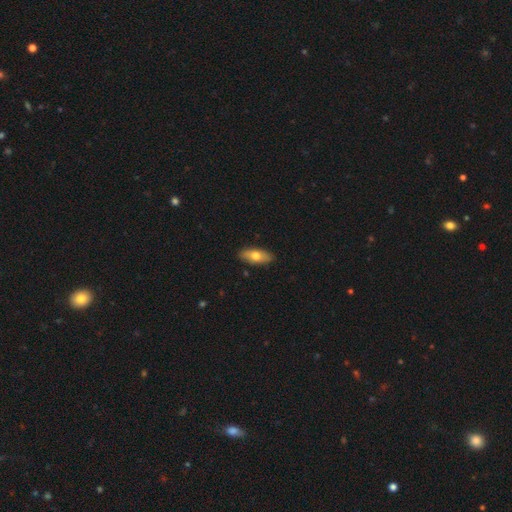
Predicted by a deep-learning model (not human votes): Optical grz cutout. It shows a smooth galaxy with no disk features (68%) that is in between round and cigar-shaped (80%). Merging: none (88%).